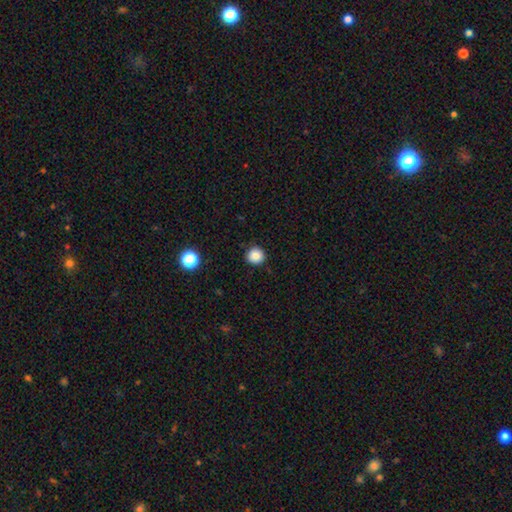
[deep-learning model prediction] smooth-or-featured: smooth: 86% | star or artifact: 11% | featured or disk: 4%
  how-rounded: round: 91% | in between: 8% | cigar-shaped: 1%
  merging: none: 89% | minor disturbance: 8% | major disturbance: 2% | merger: 1%